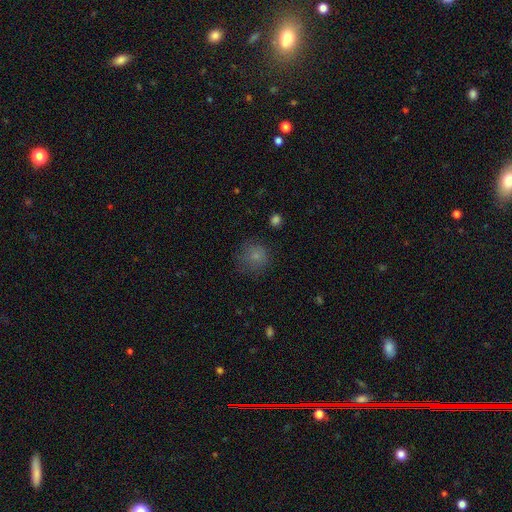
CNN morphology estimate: A smooth galaxy with no disk features (80%) that is round (89%). Merging: none (73%).